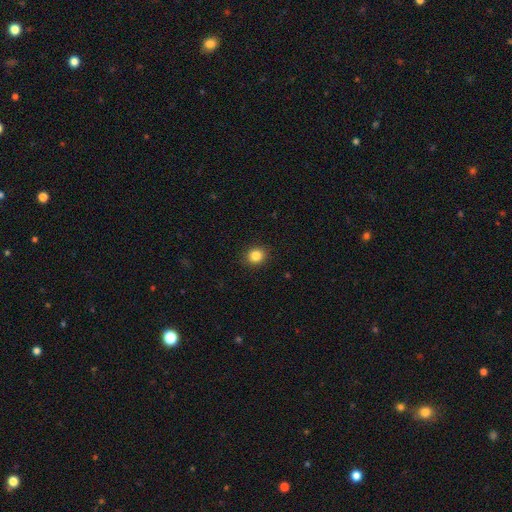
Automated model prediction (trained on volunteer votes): This appears to be a smooth galaxy with no disk features (85%) that is round (75%). Merging: none (90%).